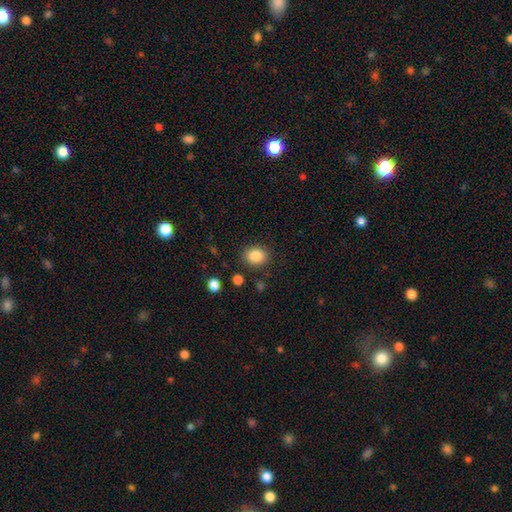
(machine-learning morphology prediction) type=smooth (86%); roundness=round (57%); merging=none (86%).